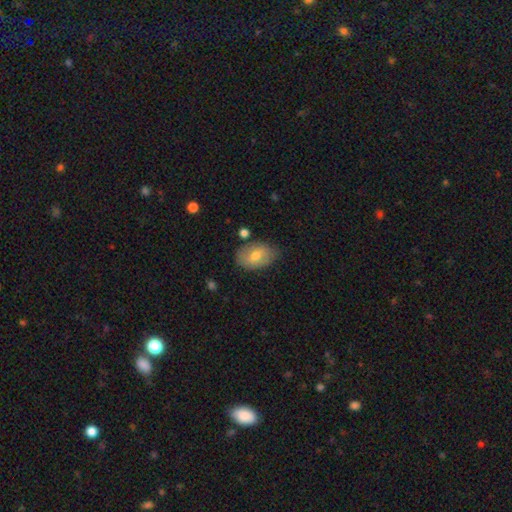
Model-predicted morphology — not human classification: Smooth or featured: smooth — 65% (featured or disk — 28%)
How rounded: in between — 88% (round — 11%)
Merging: none — 75% (minor disturbance — 19%)